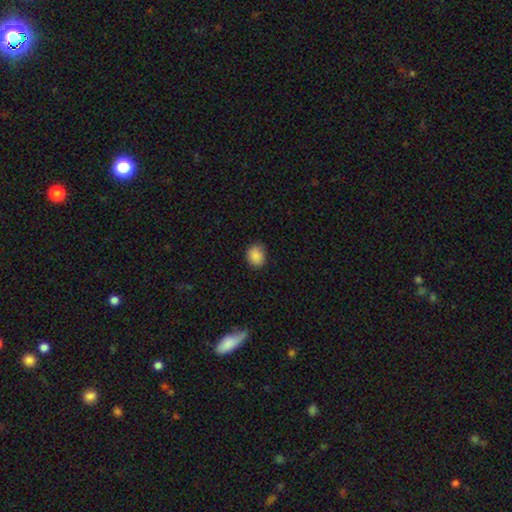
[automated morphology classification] smooth-or-featured: smooth: 87% | star or artifact: 9% | featured or disk: 4%
  how-rounded: round: 60% | in between: 39% | cigar-shaped: 1%
  merging: none: 84% | minor disturbance: 13% | major disturbance: 3% | merger: 1%